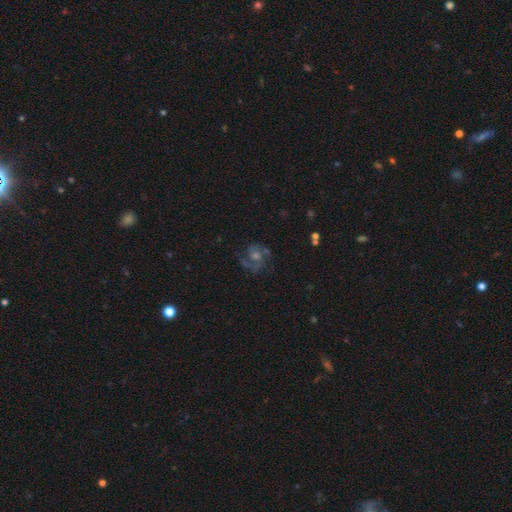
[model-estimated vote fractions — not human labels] This appears to be a featured or disk galaxy (77%) with no bar (60%), 2 (71%) medium (55%) spiral arms (95%) and a moderate central bulge (48%). Merging: none (72%).